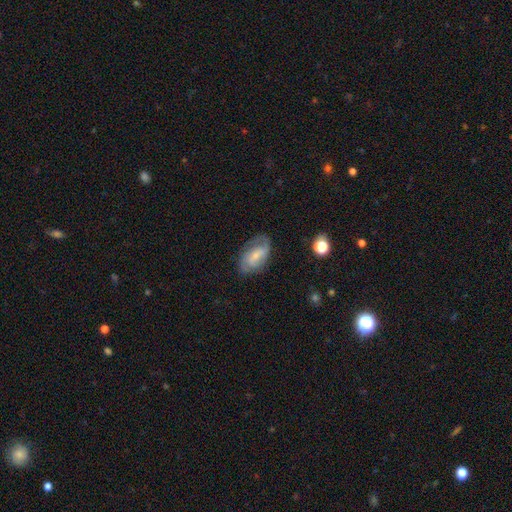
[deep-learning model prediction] smooth-or-featured: featured or disk: 60% | smooth: 33% | star or artifact: 8%
  disk-edge-on: no: 95% | yes: 5%
    bar: weak: 45% | no: 35% | strong: 20%
    has-spiral-arms: yes: 85% | no: 15%
    bulge-size: small: 58% | moderate: 28% | none: 9% | large: 3% | dominant: 1%
  merging: none: 67% | minor disturbance: 22% | major disturbance: 9% | merger: 2%